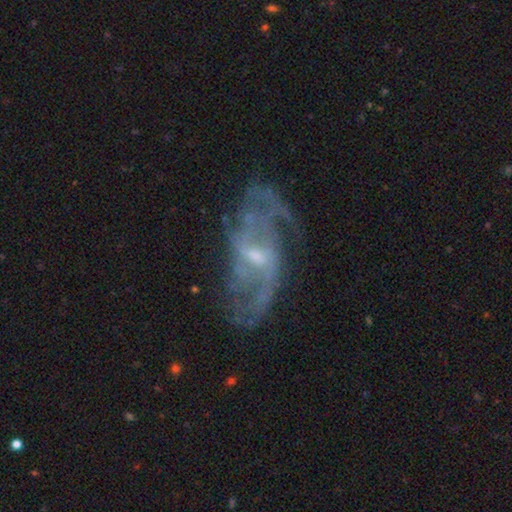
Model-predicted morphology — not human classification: Smooth or featured?
  - featured or disk: 83% *
  - star or artifact: 9%
  - smooth: 8%
Edge-on disk?
  - no: 94% *
  - yes: 6%
Bar?
  - weak: 54% *
  - no: 30%
  - strong: 16%
Spiral arms?
  - yes: 90% *
  - no: 10%
Spiral winding?
  - loose: 43% *
  - medium: 40%
  - tight: 18%
Spiral arm count?
  - 2: 48% *
  - can't tell: 26%
  - 3: 11%
  - 4: 6%
  - 1: 5%
  - more than 4: 4%
Bulge size?
  - small: 62% *
  - moderate: 30%
  - none: 5%
  - large: 1%
  - dominant: 1%
Merging?
  - none: 66% *
  - minor disturbance: 18%
  - major disturbance: 13%
  - merger: 2%